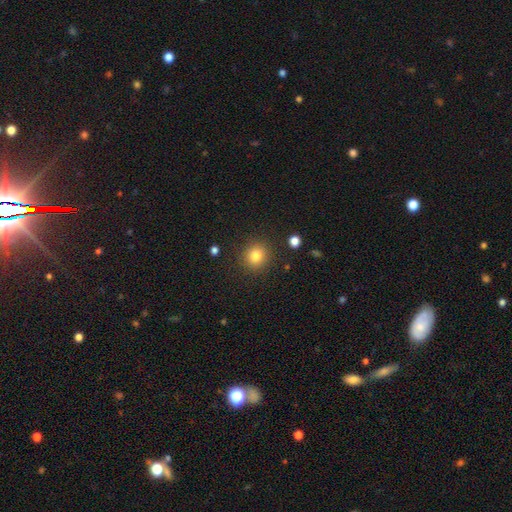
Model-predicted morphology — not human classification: Smooth or featured?
  - smooth: 81% *
  - star or artifact: 12%
  - featured or disk: 7%
How rounded?
  - round: 89% *
  - in between: 10%
  - cigar-shaped: 1%
Merging?
  - none: 89% *
  - minor disturbance: 7%
  - major disturbance: 3%
  - merger: 2%